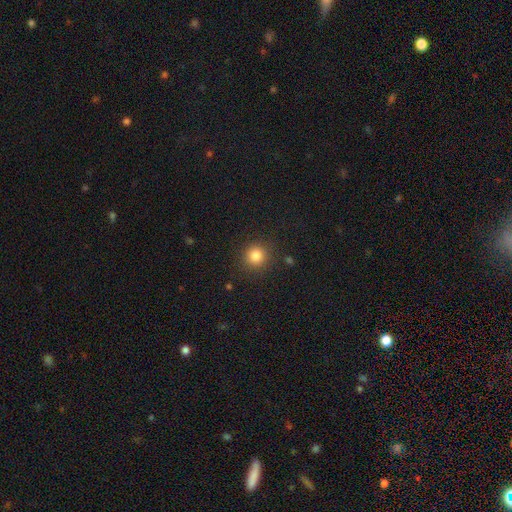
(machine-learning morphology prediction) This is clearly a smooth galaxy (83%). How rounded: clearly round (92%). Merging: clearly none (89%).